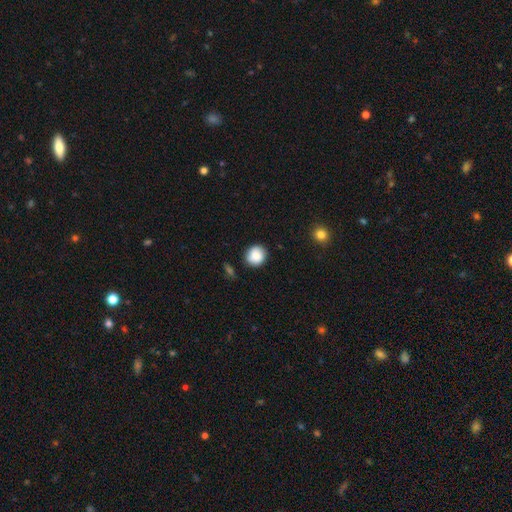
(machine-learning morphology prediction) Overall: smooth (86%). How rounded: round (85%). Merging: none (84%).